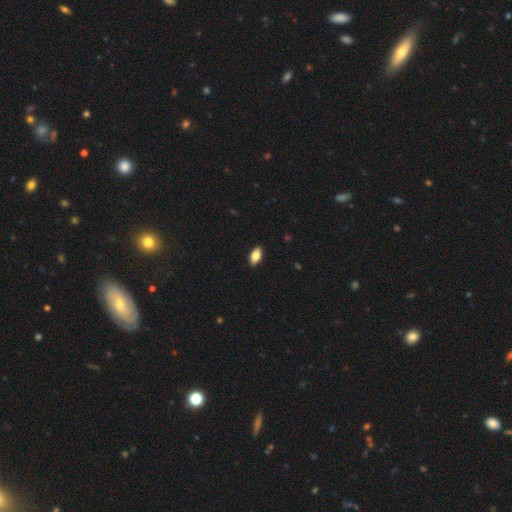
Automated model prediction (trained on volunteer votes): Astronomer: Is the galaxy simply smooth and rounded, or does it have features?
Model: smooth — 82%.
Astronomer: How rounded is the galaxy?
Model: in between — 91%.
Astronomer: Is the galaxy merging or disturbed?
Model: none — 90%.